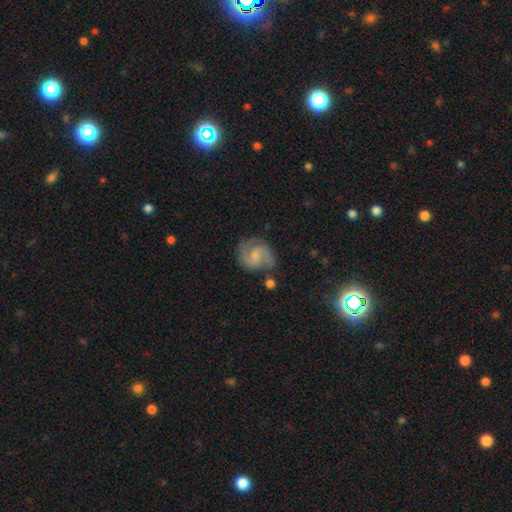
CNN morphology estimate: Smooth or featured: featured or disk — 71% (smooth — 22%)
Edge-on disk: no — 98% (yes — 2%)
Bar: weak — 48% (no — 44%)
Spiral arms: yes — 94% (no — 6%)
Spiral winding: medium — 52% (tight — 28%)
Spiral arm count: 2 — 81% (can't tell — 8%)
Bulge size: small — 40% (moderate — 35%)
Merging: none — 66% (minor disturbance — 20%)